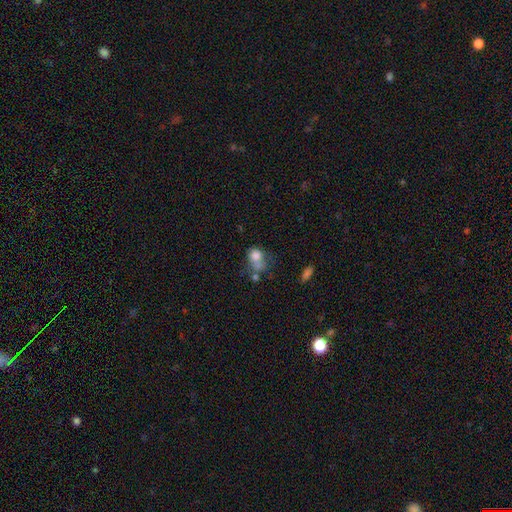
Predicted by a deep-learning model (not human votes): smooth-or-featured: smooth: 72% | featured or disk: 17% | star or artifact: 11%
  how-rounded: in between: 51% | round: 48% | cigar-shaped: 1%
  merging: merger: 33% | none: 25% | major disturbance: 22% | minor disturbance: 20%